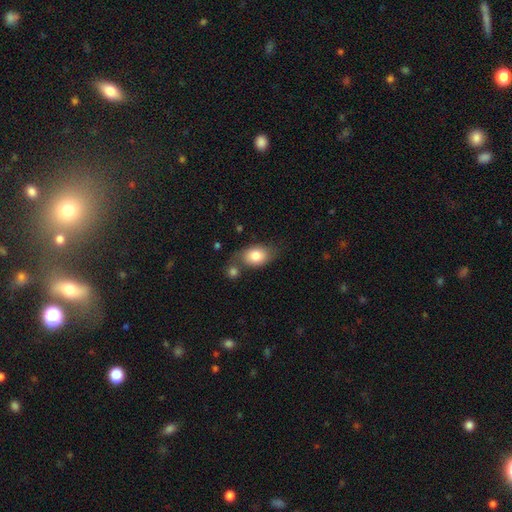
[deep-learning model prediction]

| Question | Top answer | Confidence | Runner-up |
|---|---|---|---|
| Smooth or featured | smooth | 80% | featured or disk (13%) |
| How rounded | in between | 80% | round (18%) |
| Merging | none | 54% | merger (21%) |